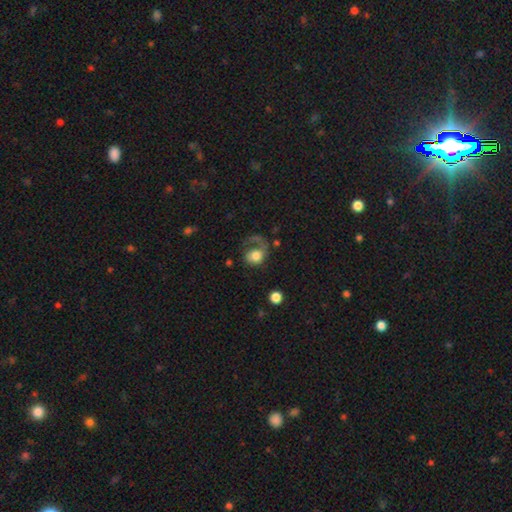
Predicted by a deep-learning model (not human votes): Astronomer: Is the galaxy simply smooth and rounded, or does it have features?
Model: smooth — 51% (runner-up: featured or disk, 40%).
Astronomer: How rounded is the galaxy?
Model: round — 62%.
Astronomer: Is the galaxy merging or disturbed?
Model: major disturbance — 53% (runner-up: none, 28%).